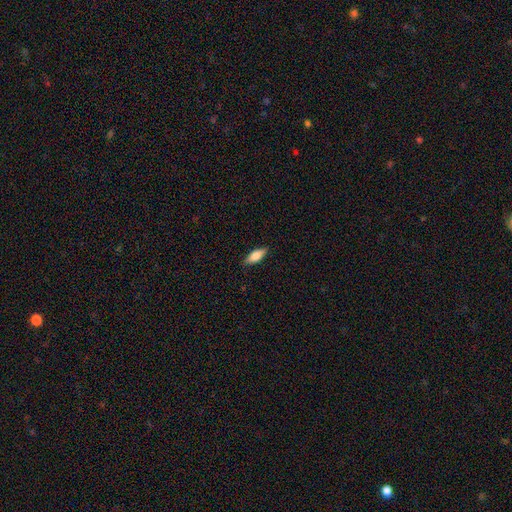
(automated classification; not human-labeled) smooth_or_featured: smooth (p=0.77) [alt: featured or disk p=0.16]
how_rounded: in between (p=0.74) [alt: cigar-shaped p=0.24]
merging: none (p=0.86) [alt: minor disturbance p=0.11]